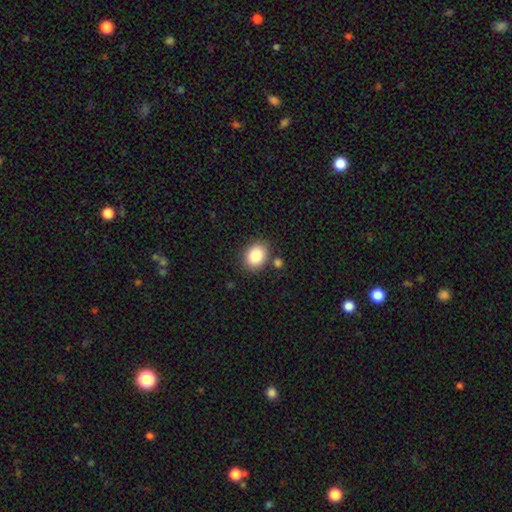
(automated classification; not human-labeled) Overall: smooth (84%). How rounded: in between (56%; round 43%). Merging: none (81%).